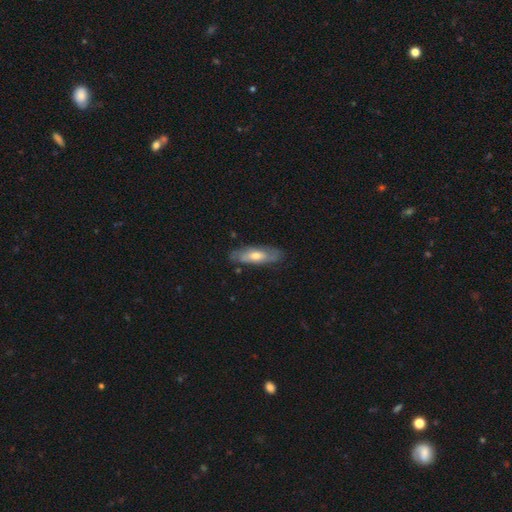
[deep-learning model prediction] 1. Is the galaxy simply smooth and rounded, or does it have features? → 50% featured or disk, 43% smooth, 7% star or artifact.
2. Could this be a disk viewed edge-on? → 60% no, 40% yes.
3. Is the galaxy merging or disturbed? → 79% none, 16% minor disturbance, 4% major disturbance, 2% merger.